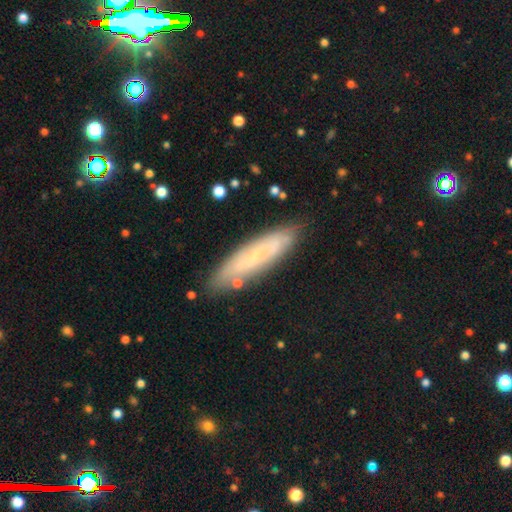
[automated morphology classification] A featured or disk galaxy (49%). Merging: none (81%).